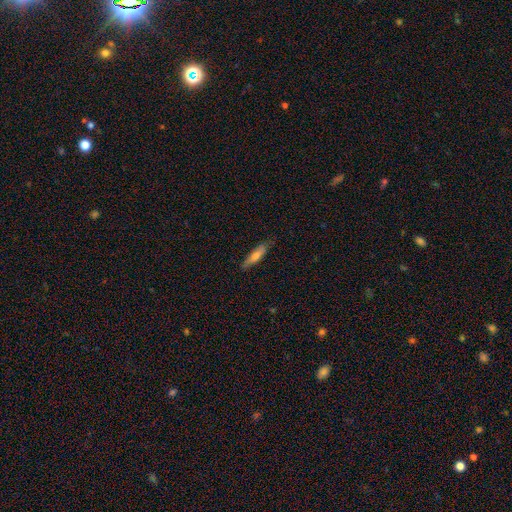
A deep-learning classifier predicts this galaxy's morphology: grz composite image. It shows a smooth galaxy with no disk features (63%) that is cigar-shaped (79%). Merging: none (83%).